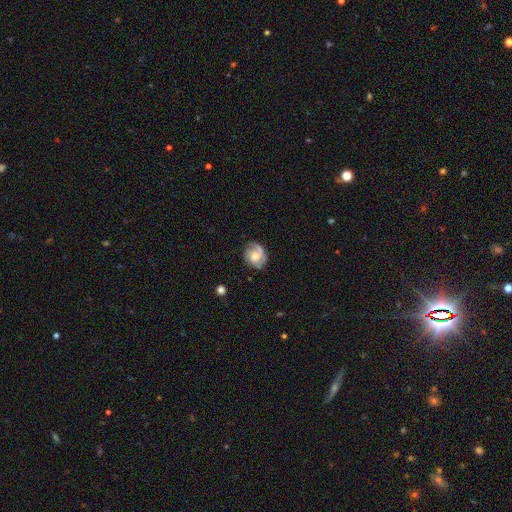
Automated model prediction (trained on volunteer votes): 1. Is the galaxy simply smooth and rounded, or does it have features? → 61% featured or disk, 31% smooth, 8% star or artifact.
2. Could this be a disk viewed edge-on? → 98% no, 2% yes.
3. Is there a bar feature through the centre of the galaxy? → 64% no, 31% weak, 5% strong.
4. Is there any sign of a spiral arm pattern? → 88% yes, 12% no.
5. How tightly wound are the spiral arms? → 42% tight, 40% medium, 19% loose.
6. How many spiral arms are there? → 42% 2, 19% can't tell, 19% 1, 15% 3, 3% 4, 3% more than 4.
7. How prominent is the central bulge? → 40% moderate, 22% large, 21% small, 15% none, 3% dominant.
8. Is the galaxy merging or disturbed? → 66% none, 21% minor disturbance, 11% major disturbance, 2% merger.